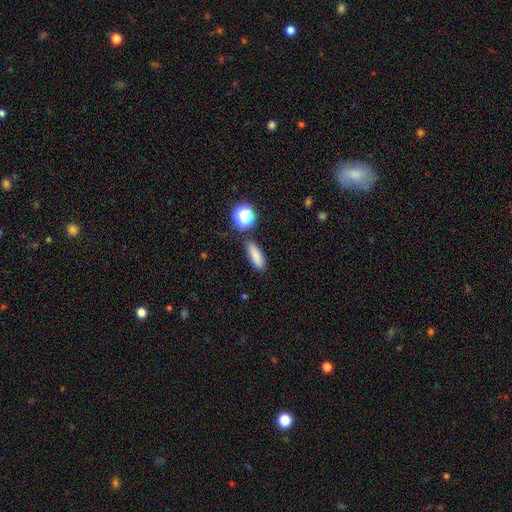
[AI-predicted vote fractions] The model was most divided on "how rounded": in between: 51%, cigar-shaped: 42%, round: 6%. More confident: merging — none (83%); smooth or featured — smooth (83%).